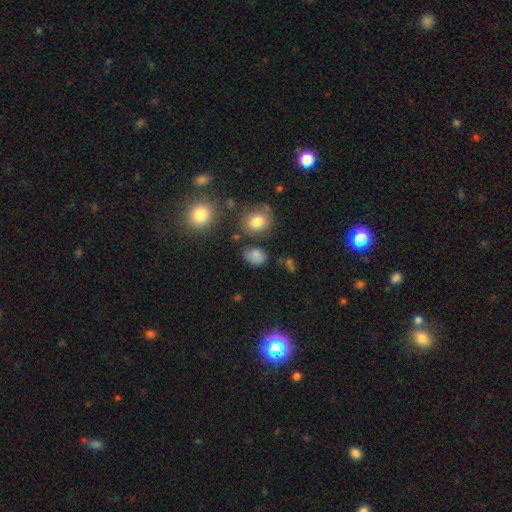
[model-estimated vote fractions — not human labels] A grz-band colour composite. It shows a smooth galaxy with no disk features (78%) that is in between round and cigar-shaped (60%). Merging: none (69%).